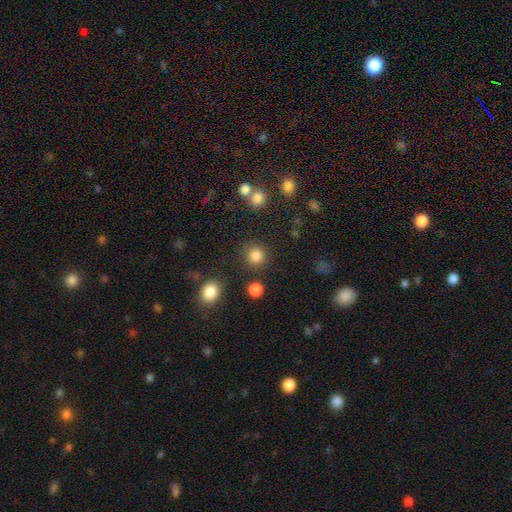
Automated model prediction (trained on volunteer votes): This is clearly a smooth galaxy (84%). How rounded: clearly round (91%). Merging: clearly none (84%).